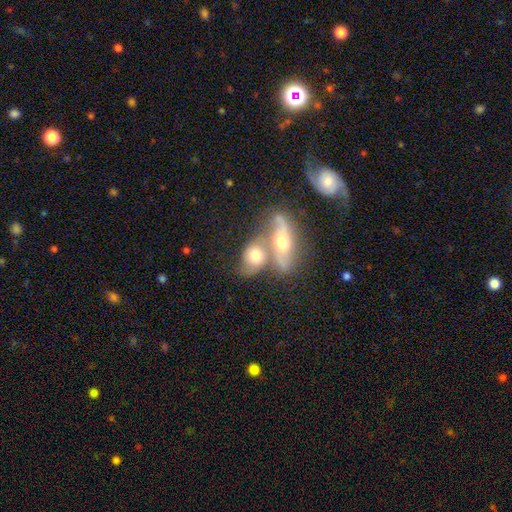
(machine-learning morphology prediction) Overall: smooth (46%; featured or disk 45%). Merging: merger (67%).